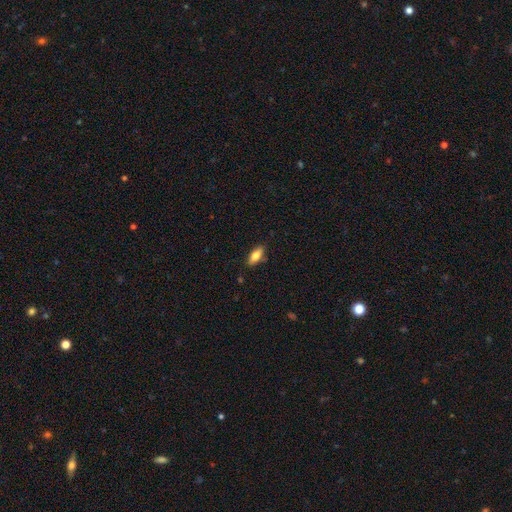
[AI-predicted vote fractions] Smooth or featured: smooth — 77% (featured or disk — 16%)
How rounded: in between — 78% (cigar-shaped — 19%)
Merging: none — 82% (minor disturbance — 13%)